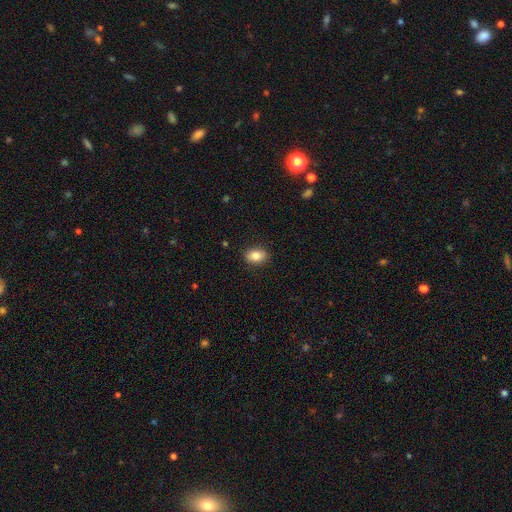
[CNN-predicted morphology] Overall: smooth (83%). How rounded: in between (80%). Merging: none (87%).